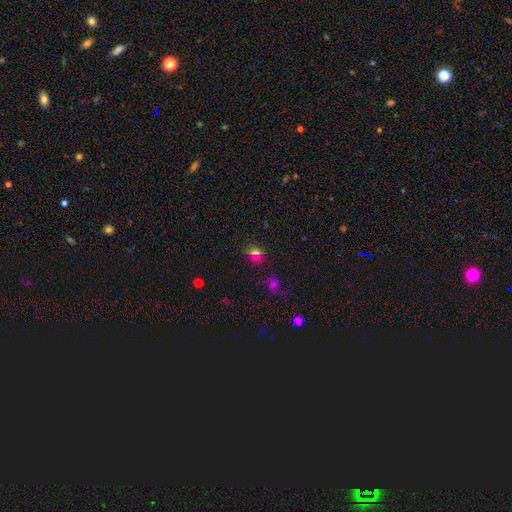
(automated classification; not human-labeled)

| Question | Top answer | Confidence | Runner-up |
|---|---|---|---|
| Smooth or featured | smooth | 59% | star or artifact (29%) |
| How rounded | round | 66% | in between (32%) |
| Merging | none | 69% | merger (13%) |